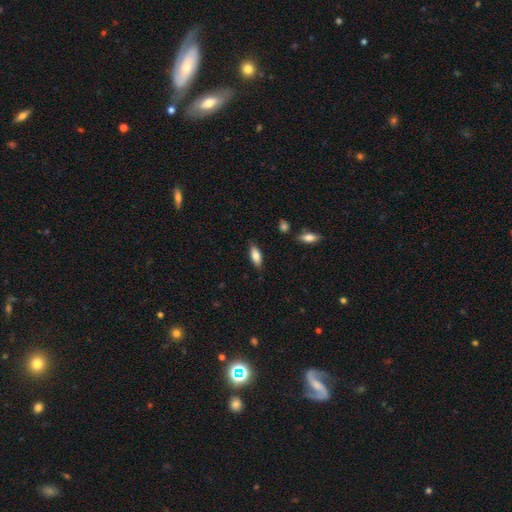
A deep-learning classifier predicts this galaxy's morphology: Smooth or featured? Predicted: smooth (p=0.80). How rounded? Predicted: in between (p=0.76). Merging? Predicted: none (p=0.82).